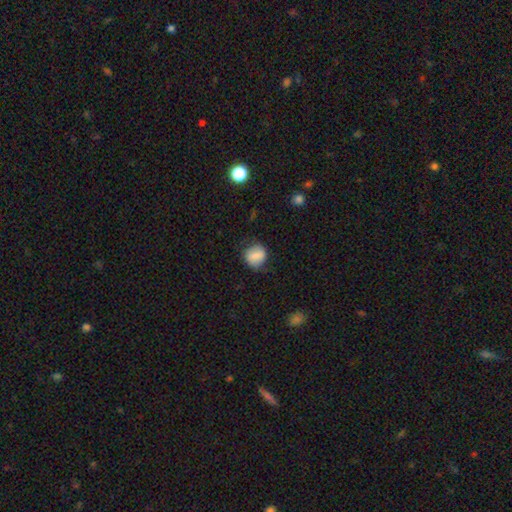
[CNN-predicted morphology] Smooth or featured? smooth (76%)
How rounded? round (75%)
Merging? none (74%)